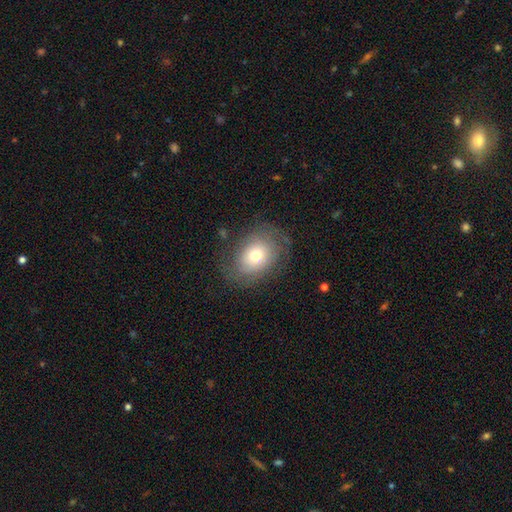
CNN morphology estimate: Smooth or featured? smooth (60%)
How rounded? in between (63%)
Merging? none (71%)